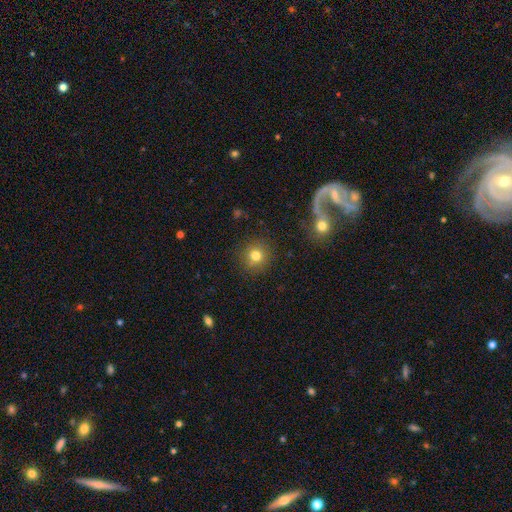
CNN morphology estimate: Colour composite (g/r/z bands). It shows a smooth galaxy with no disk features (78%) that is round (91%). Merging: none (88%).